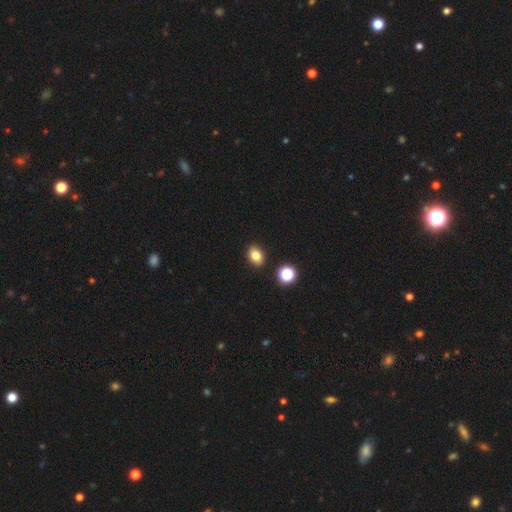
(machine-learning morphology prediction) Smooth or featured? smooth (81%)
How rounded? in between (64%)
Merging? none (87%)